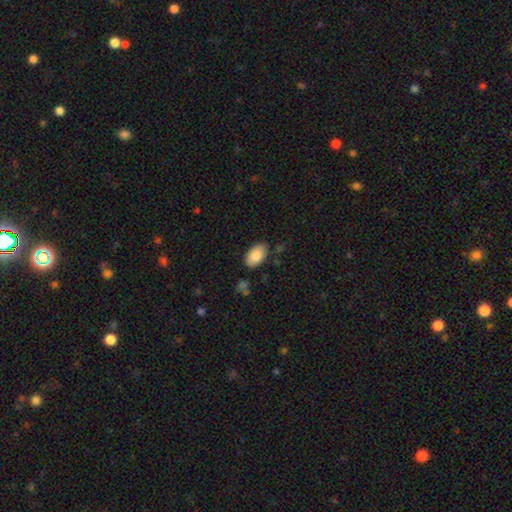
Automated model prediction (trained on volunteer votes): This is clearly a smooth galaxy (88%). How rounded: clearly in between (94%). Merging: clearly none (82%).